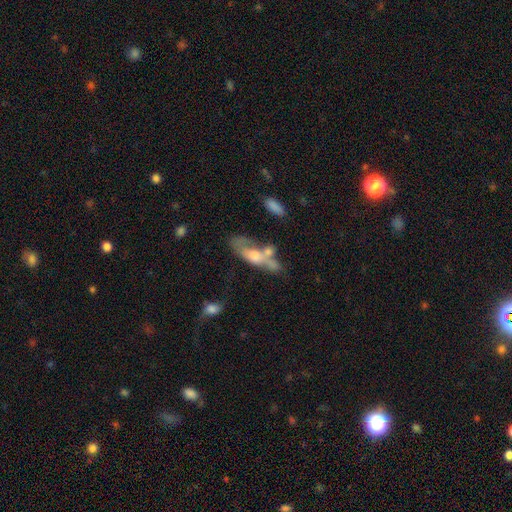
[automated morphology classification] smooth-or-featured: featured or disk: 48% | smooth: 42% | star or artifact: 10%
  merging: merger: 35% | none: 28% | major disturbance: 20% | minor disturbance: 18%